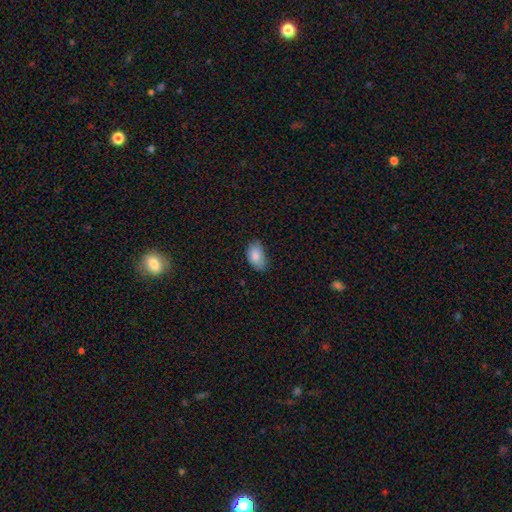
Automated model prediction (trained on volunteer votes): This is clearly a smooth galaxy (84%). How rounded: clearly in between (89%). Merging: likely none (70%).